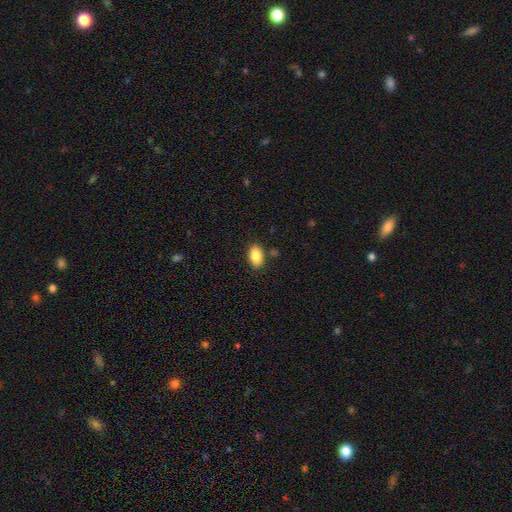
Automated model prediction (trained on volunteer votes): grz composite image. It shows a smooth galaxy with no disk features (87%) that is in between round and cigar-shaped (92%). Merging: none (84%).